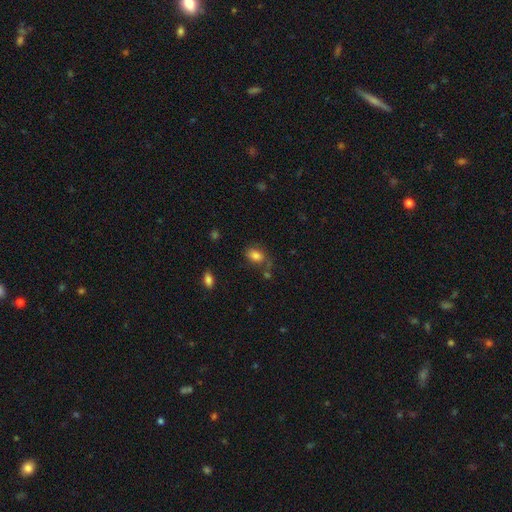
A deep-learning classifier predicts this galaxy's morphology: A smooth galaxy with no disk features (83%) that is in between round and cigar-shaped (84%).

Vote fractions:
- Smooth or featured? smooth: 83% / star or artifact: 10% / featured or disk: 7%
- How rounded? in between: 84% / round: 14% / cigar-shaped: 2%
- Merging? none: 66% / minor disturbance: 19% / merger: 8% / major disturbance: 7%